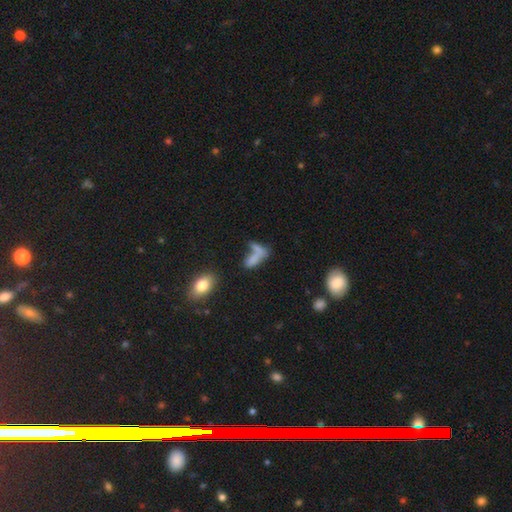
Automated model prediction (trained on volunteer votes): This appears to be a smooth galaxy with no disk features (68%) that is in between round and cigar-shaped (62%). Merging: merger (41%).